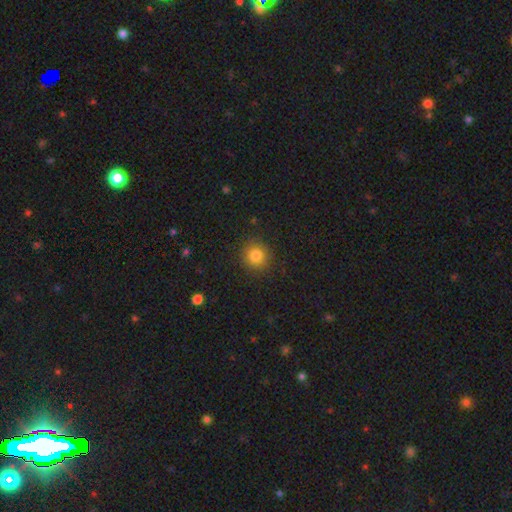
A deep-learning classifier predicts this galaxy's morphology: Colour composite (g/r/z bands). It shows a smooth galaxy with no disk features (82%) that is round (92%). Merging: none (89%).